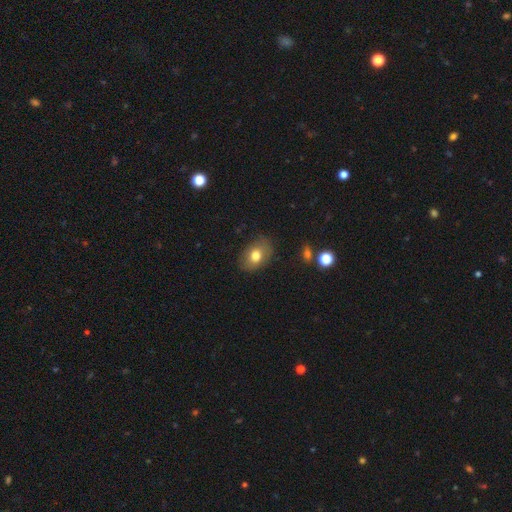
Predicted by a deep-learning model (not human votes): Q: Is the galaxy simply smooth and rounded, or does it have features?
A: smooth — 75%.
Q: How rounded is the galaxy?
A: in between — 76%.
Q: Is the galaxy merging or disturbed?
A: none — 80%.